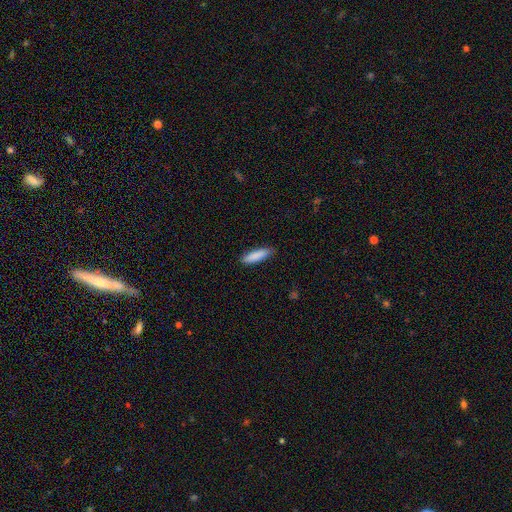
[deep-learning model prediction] Smooth or featured?
  - smooth: 88% *
  - featured or disk: 6%
  - star or artifact: 6%
How rounded?
  - cigar-shaped: 68% *
  - in between: 31%
  - round: 1%
Merging?
  - none: 84% *
  - minor disturbance: 12%
  - major disturbance: 2%
  - merger: 1%